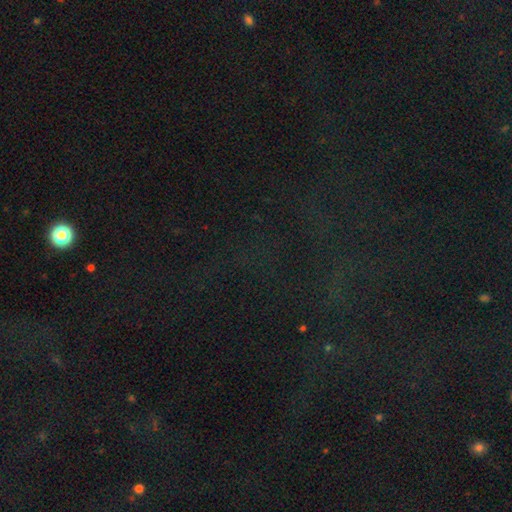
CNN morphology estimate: This appears to be a star or artifact, not a galaxy (77%).